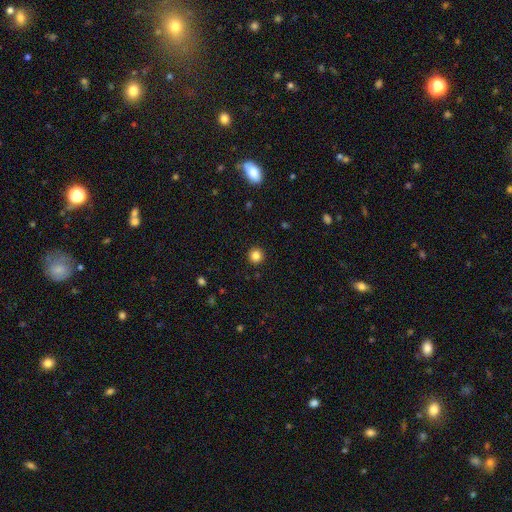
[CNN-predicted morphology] Smooth or featured: smooth — 84% (star or artifact — 12%)
How rounded: round — 95% (in between — 4%)
Merging: none — 93% (minor disturbance — 4%)